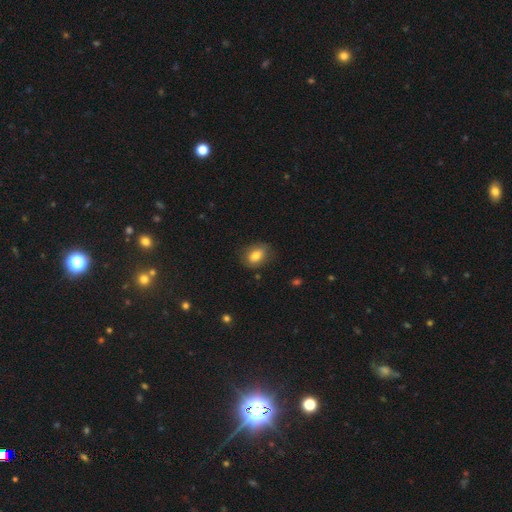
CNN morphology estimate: Overall: smooth (77%). How rounded: in between (73%). Merging: none (77%).